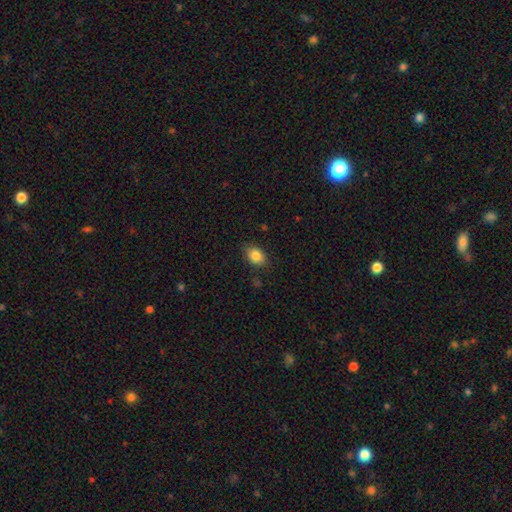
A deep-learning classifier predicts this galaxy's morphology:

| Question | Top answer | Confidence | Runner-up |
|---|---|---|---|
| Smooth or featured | smooth | 85% | star or artifact (9%) |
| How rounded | in between | 71% | round (28%) |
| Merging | none | 82% | minor disturbance (14%) |